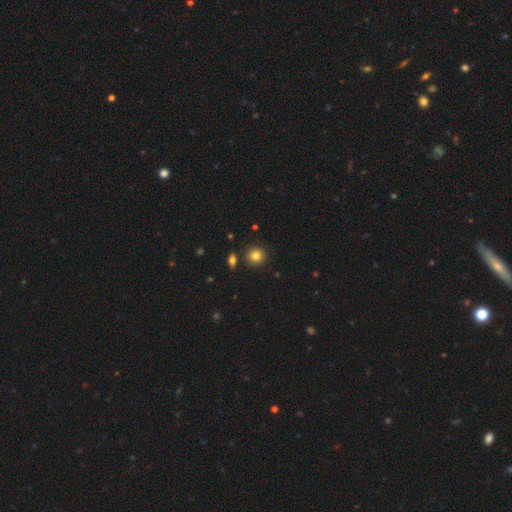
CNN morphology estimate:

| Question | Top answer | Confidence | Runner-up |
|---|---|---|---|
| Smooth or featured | smooth | 81% | star or artifact (12%) |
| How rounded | round | 92% | in between (7%) |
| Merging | none | 87% | minor disturbance (7%) |